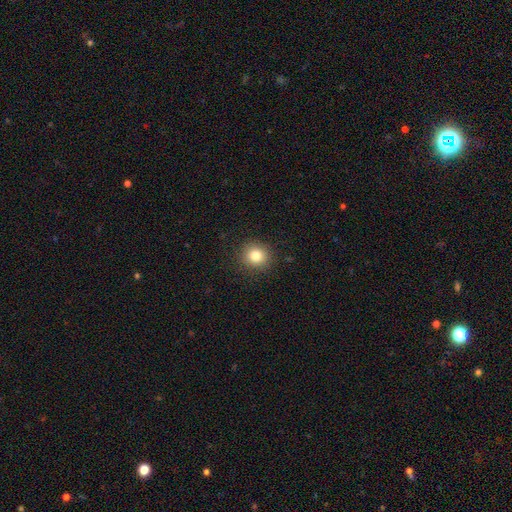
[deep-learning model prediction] Smooth or featured: smooth — 82% (star or artifact — 11%)
How rounded: round — 89% (in between — 10%)
Merging: none — 90% (minor disturbance — 7%)